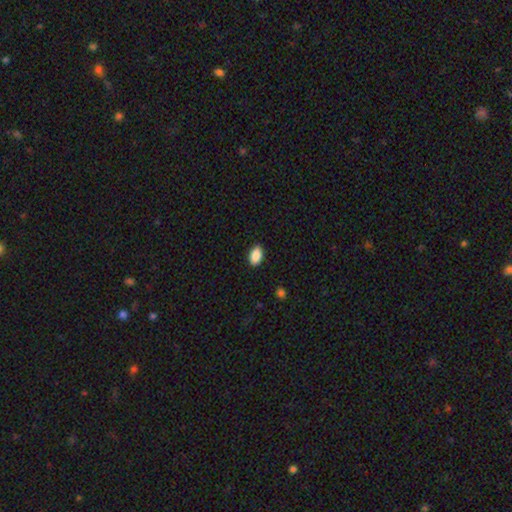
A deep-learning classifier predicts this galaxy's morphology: Q: Smooth or featured?
A: smooth (89%); runner-up: star or artifact (7%)
Q: How rounded?
A: in between (91%); runner-up: round (7%)
Q: Merging?
A: none (88%); runner-up: minor disturbance (9%)